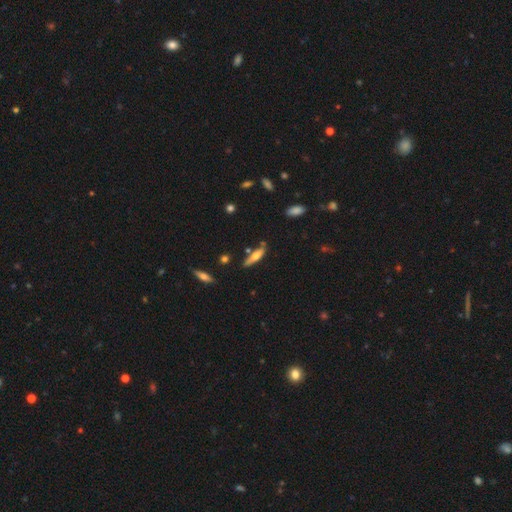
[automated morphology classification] type=smooth (47%); merging=none (72%).